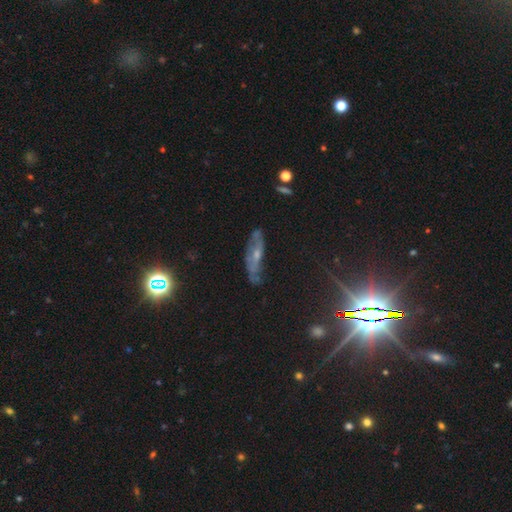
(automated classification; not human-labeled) A featured or disk galaxy (58%). Merging: none (65%).